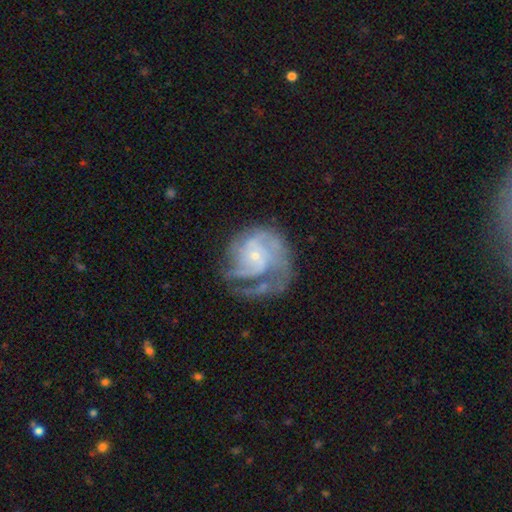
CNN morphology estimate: Smooth or featured?
  - featured or disk: 85% *
  - smooth: 9%
  - star or artifact: 6%
Edge-on disk?
  - no: 98% *
  - yes: 2%
Bar?
  - no: 72% *
  - weak: 24%
  - strong: 4%
Spiral arms?
  - yes: 94% *
  - no: 6%
Spiral winding?
  - tight: 51% *
  - medium: 37%
  - loose: 12%
Spiral arm count?
  - 3: 27% *
  - 2: 26%
  - can't tell: 25%
  - 1: 9%
  - 4: 8%
  - more than 4: 6%
Bulge size?
  - small: 78% *
  - moderate: 17%
  - none: 3%
  - large: 2%
  - dominant: 1%
Merging?
  - none: 49% *
  - major disturbance: 26%
  - minor disturbance: 22%
  - merger: 4%